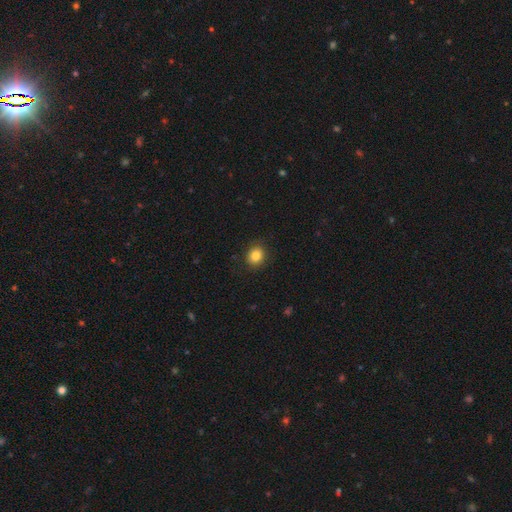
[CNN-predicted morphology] Q: Smooth or featured?
A: smooth (84%); runner-up: star or artifact (10%)
Q: How rounded?
A: round (69%); runner-up: in between (30%)
Q: Merging?
A: none (88%); runner-up: minor disturbance (9%)